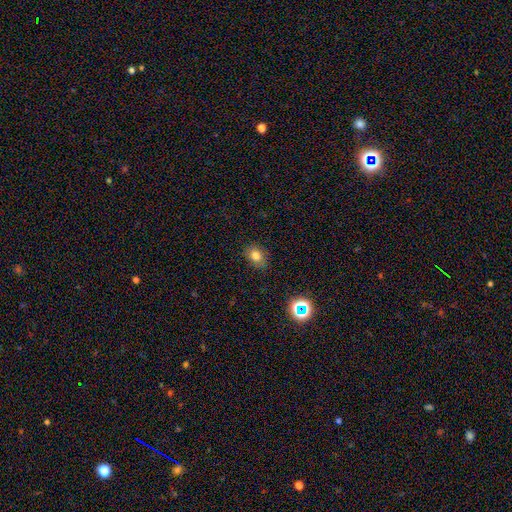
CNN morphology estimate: The model was most divided on "how rounded": in between: 63%, round: 36%, cigar-shaped: 1%. More confident: merging — none (81%); smooth or featured — smooth (78%).